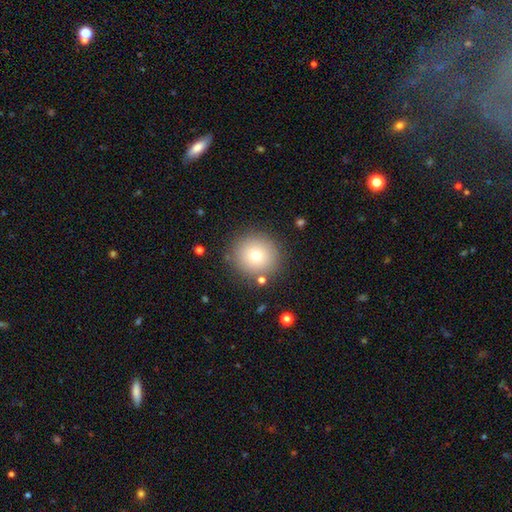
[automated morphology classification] Smooth or featured? smooth (73%)
How rounded? round (94%)
Merging? none (86%)